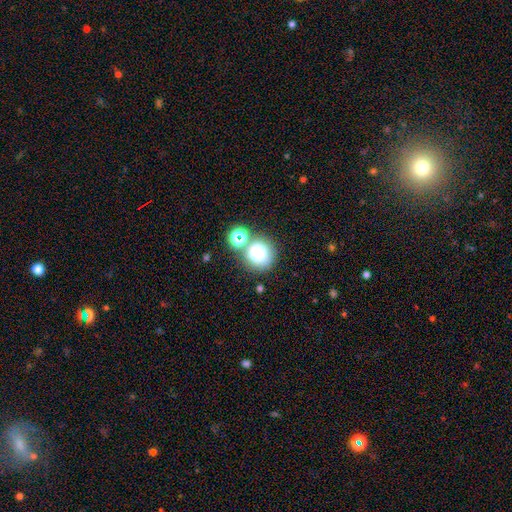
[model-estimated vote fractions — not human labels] Q: Smooth or featured?
A: smooth (75%); runner-up: star or artifact (15%)
Q: How rounded?
A: round (87%); runner-up: in between (12%)
Q: Merging?
A: none (63%); runner-up: merger (21%)